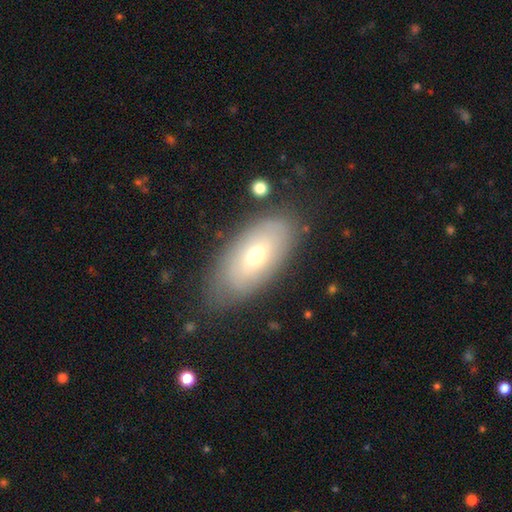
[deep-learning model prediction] Overall: smooth (54%; featured or disk 38%). How rounded: in between (90%). Merging: none (79%).